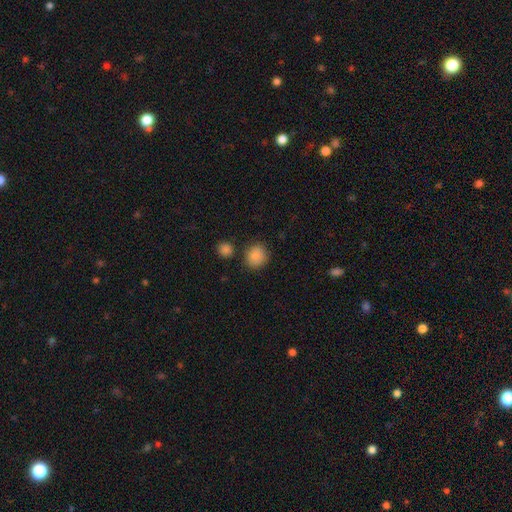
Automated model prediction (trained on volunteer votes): A smooth galaxy with no disk features (87%) that is round (86%).

Vote fractions:
- Smooth or featured? smooth: 87% / star or artifact: 9% / featured or disk: 4%
- How rounded? round: 86% / in between: 13% / cigar-shaped: 1%
- Merging? none: 81% / minor disturbance: 10% / merger: 7% / major disturbance: 3%